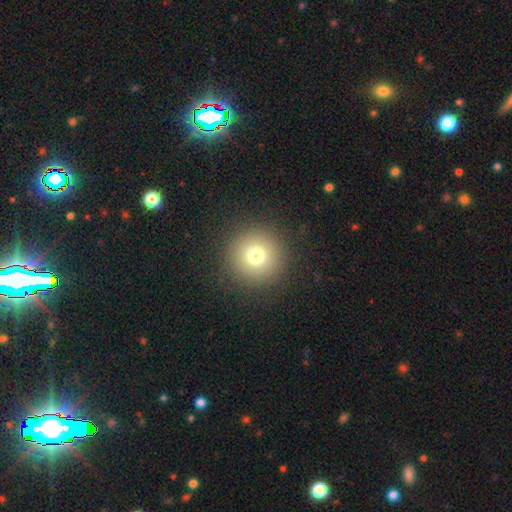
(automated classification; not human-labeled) This appears to be a smooth galaxy with no disk features (75%) that is round (96%). Merging: none (91%).